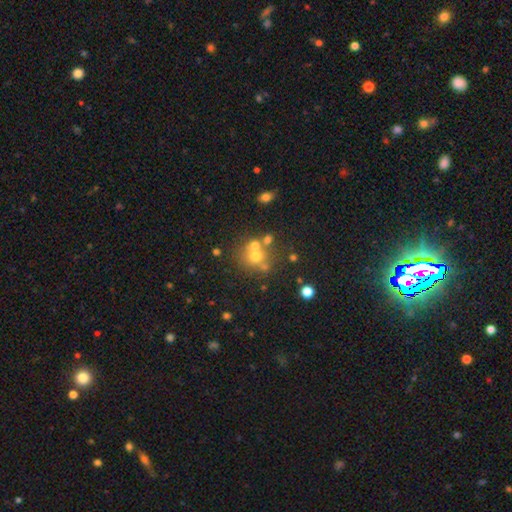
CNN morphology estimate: This appears to be a smooth galaxy with no disk features (59%) that is round (84%). Merging: none (50%).